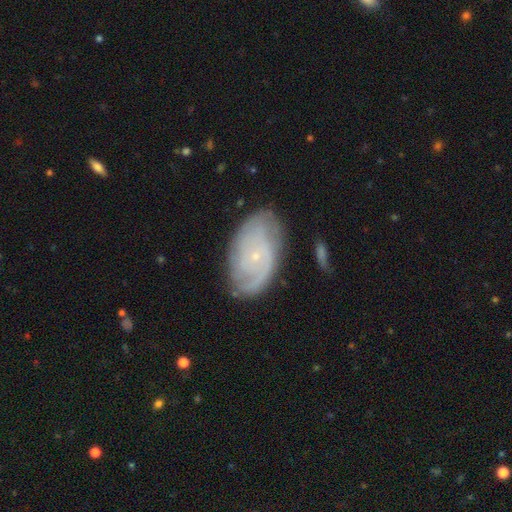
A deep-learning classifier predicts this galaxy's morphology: smooth-or-featured: featured or disk: 76% | smooth: 17% | star or artifact: 6%
  disk-edge-on: no: 96% | yes: 4%
    bar: no: 77% | weak: 19% | strong: 4%
    has-spiral-arms: yes: 90% | no: 10%
      spiral-winding: tight: 62% | medium: 29% | loose: 10%
      spiral-arm-count: can't tell: 40% | 2: 31% | 3: 12% | 4: 7% | 1: 6% | more than 4: 5%
    bulge-size: small: 88% | moderate: 9% | none: 2% | large: 1% | dominant: 1%
  merging: none: 75% | minor disturbance: 18% | major disturbance: 5% | merger: 2%